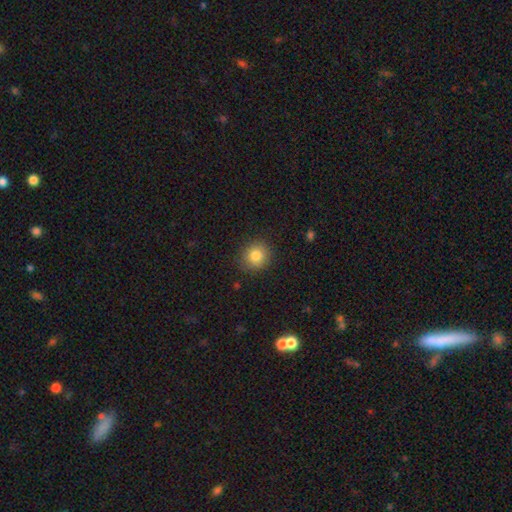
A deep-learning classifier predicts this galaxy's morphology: Smooth or featured?
  - smooth: 82% *
  - star or artifact: 10%
  - featured or disk: 8%
How rounded?
  - round: 86% *
  - in between: 14%
  - cigar-shaped: 1%
Merging?
  - none: 88% *
  - minor disturbance: 8%
  - major disturbance: 2%
  - merger: 1%